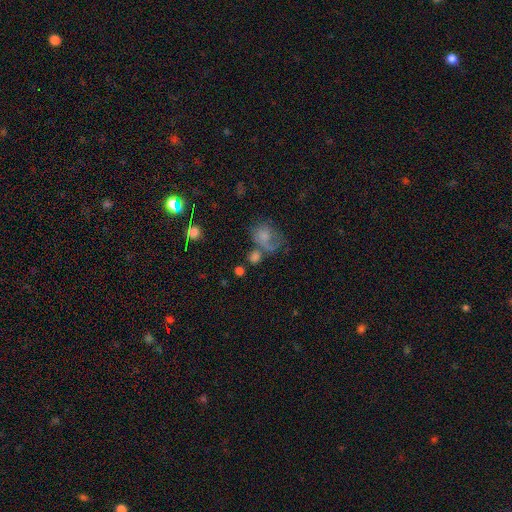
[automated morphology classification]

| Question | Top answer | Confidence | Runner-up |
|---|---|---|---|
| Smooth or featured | smooth | 51% | featured or disk (25%) |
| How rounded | round | 55% | in between (43%) |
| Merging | none | 40% | merger (21%) |